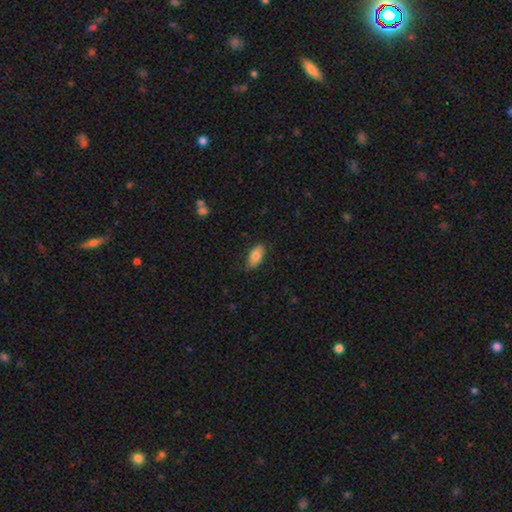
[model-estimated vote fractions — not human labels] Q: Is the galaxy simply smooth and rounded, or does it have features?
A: smooth — 79%.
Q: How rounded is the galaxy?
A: in between — 88%.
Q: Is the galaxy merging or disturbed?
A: none — 82%.